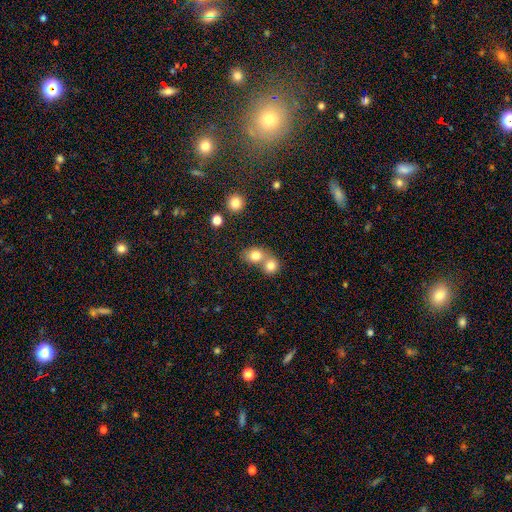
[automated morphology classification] smooth_or_featured: smooth (p=0.80) [alt: star or artifact p=0.10]
how_rounded: round (p=0.70) [alt: in between p=0.29]
merging: merger (p=0.57) [alt: none p=0.35]